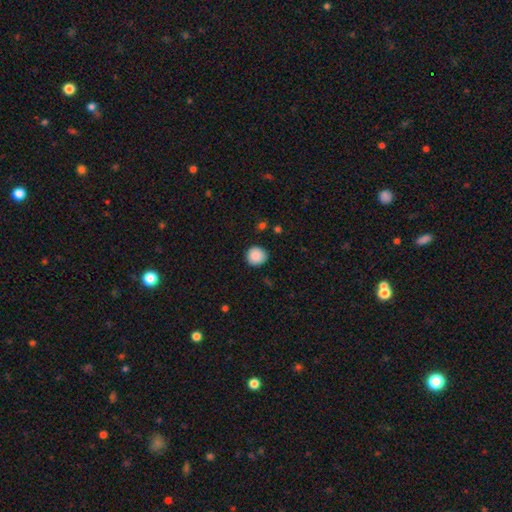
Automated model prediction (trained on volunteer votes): Overall: smooth (89%). How rounded: round (92%). Merging: none (88%).